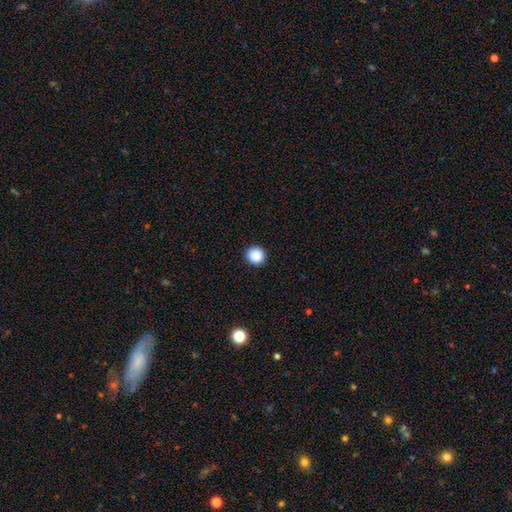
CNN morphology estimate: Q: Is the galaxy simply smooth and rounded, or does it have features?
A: smooth — 89%.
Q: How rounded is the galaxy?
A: round — 95%.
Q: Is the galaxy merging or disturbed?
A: none — 93%.